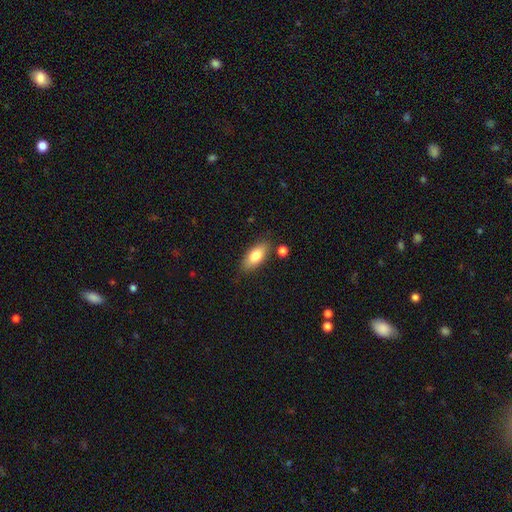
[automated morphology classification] Smooth or featured? smooth (80%)
How rounded? in between (85%)
Merging? none (80%)